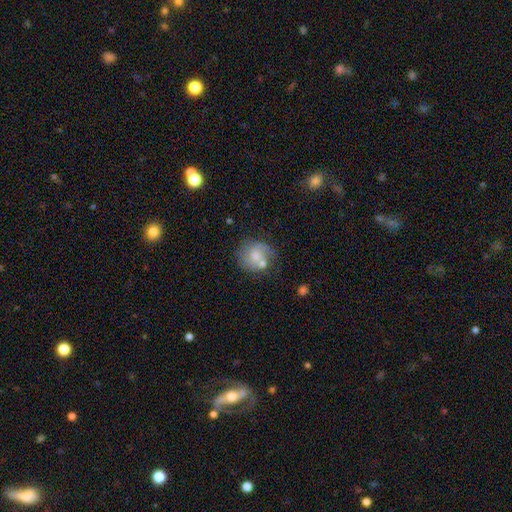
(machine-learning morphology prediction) Smooth or featured? smooth (48%)
Merging? none (48%)